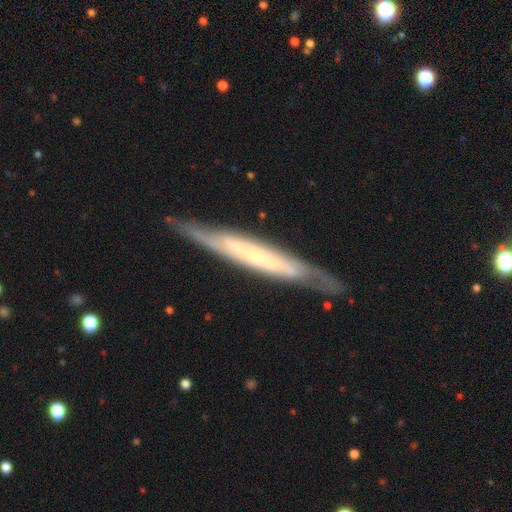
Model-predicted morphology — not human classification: smooth_or_featured: featured or disk (p=0.72) [alt: smooth p=0.22]
disk_edge_on: yes (p=0.75) [alt: no p=0.25]
edge_on_bulge: none (p=0.66) [alt: rounded p=0.22]
merging: none (p=0.79) [alt: minor disturbance p=0.16]